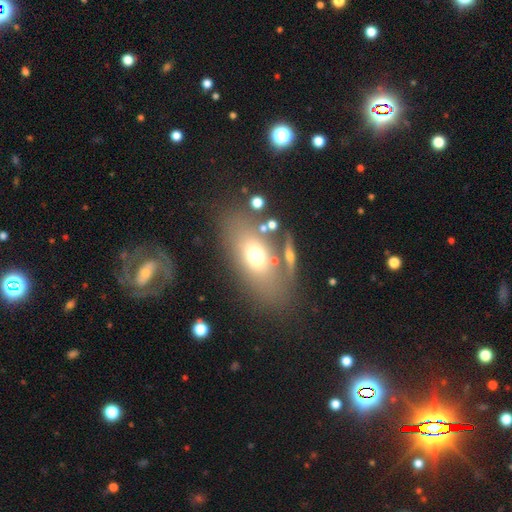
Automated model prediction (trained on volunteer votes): Smooth or featured? smooth (63%)
How rounded? in between (78%)
Merging? none (66%)